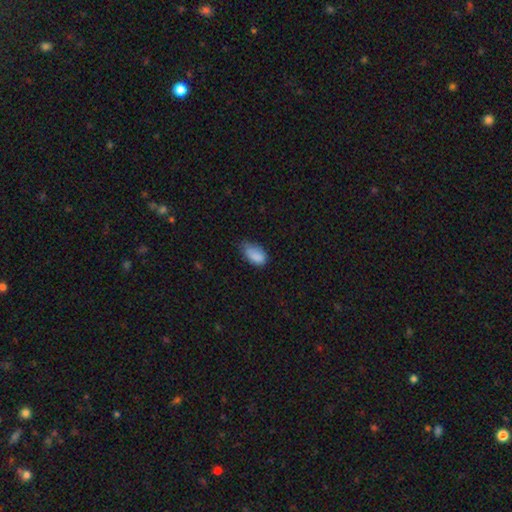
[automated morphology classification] Smooth or featured? smooth (85%)
How rounded? in between (92%)
Merging? none (45%)